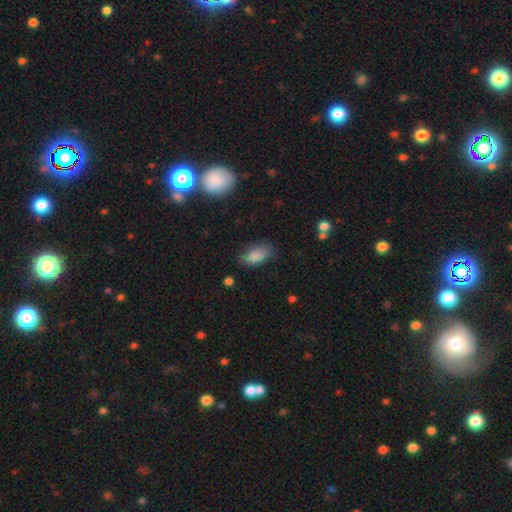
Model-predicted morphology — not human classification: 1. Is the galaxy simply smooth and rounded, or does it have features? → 85% smooth, 8% star or artifact, 8% featured or disk.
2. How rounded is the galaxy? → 92% in between, 4% round, 4% cigar-shaped.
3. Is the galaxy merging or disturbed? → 74% none, 19% minor disturbance, 5% major disturbance, 2% merger.